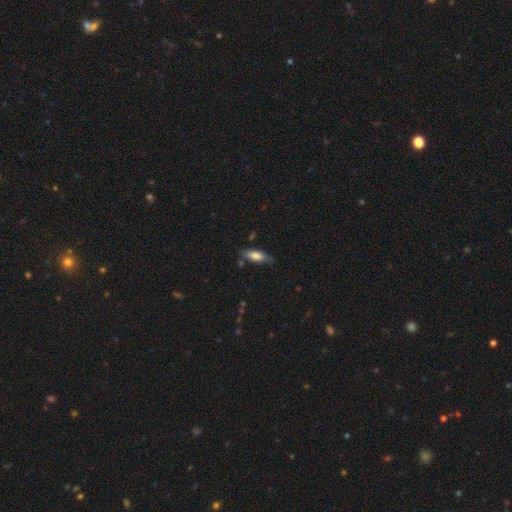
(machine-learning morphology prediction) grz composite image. It shows a smooth galaxy with no disk features (74%) that is in between round and cigar-shaped (71%). Merging: none (69%).